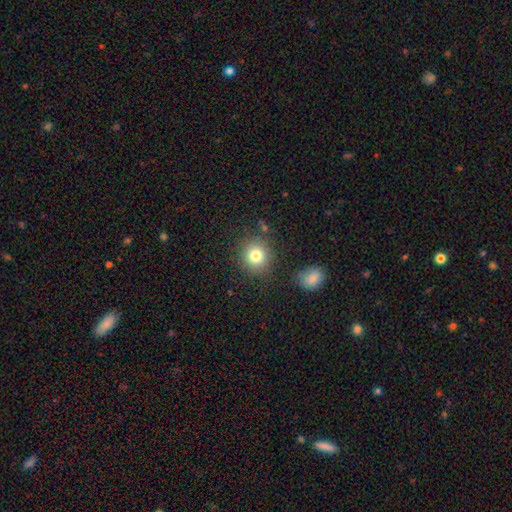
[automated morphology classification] Smooth or featured?
  - smooth: 81% *
  - star or artifact: 11%
  - featured or disk: 8%
How rounded?
  - round: 87% *
  - in between: 12%
  - cigar-shaped: 1%
Merging?
  - none: 83% *
  - minor disturbance: 9%
  - merger: 4%
  - major disturbance: 3%